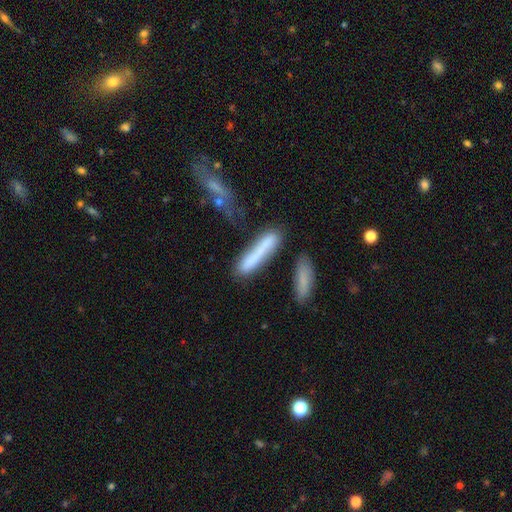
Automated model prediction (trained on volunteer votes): The model was most divided on "merging": none: 62%, minor disturbance: 16%, merger: 15%, major disturbance: 7%. More confident: how rounded — cigar-shaped (87%); smooth or featured — smooth (70%).